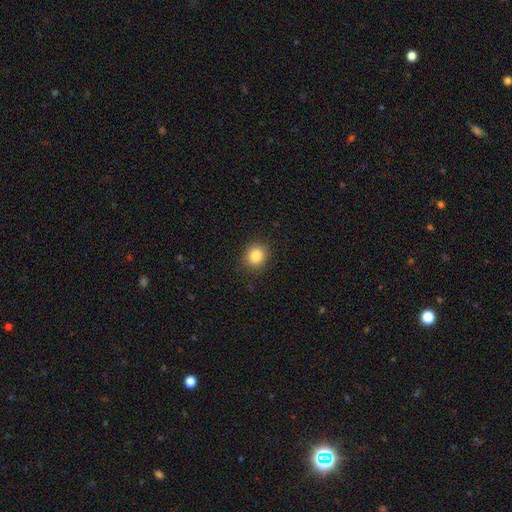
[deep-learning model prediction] Smooth or featured? Predicted: smooth (p=0.85). How rounded? Predicted: round (p=0.76). Merging? Predicted: none (p=0.88).